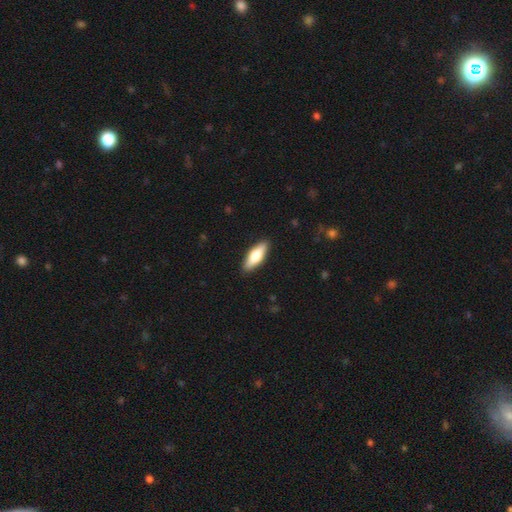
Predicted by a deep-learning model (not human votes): This is likely a smooth galaxy (64%). How rounded: possibly in between (60%). Merging: clearly none (89%).